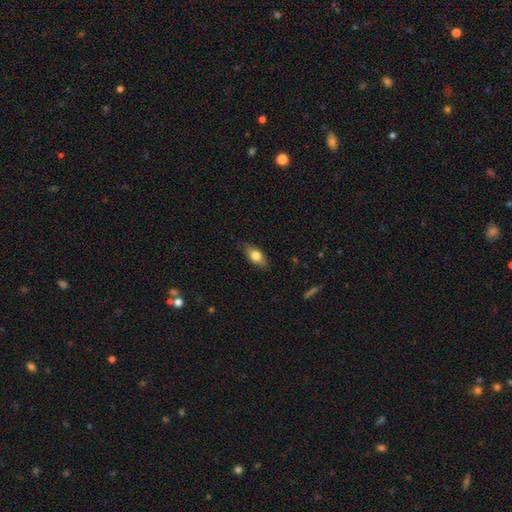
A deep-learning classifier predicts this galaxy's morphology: Smooth or featured? smooth (71%)
How rounded? in between (82%)
Merging? none (80%)